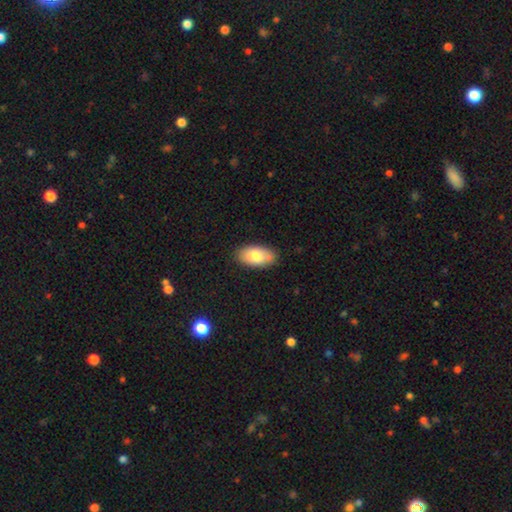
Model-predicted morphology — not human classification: This appears to be a smooth galaxy with no disk features (79%) that is in between round and cigar-shaped (94%). Merging: none (83%).